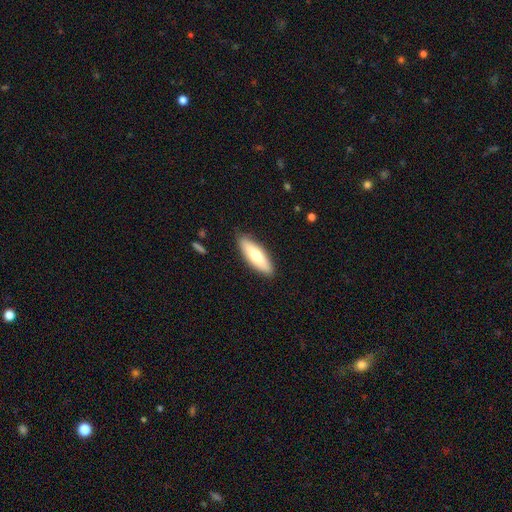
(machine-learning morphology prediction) The model was most divided on "how rounded": in between: 53%, cigar-shaped: 45%, round: 2%. More confident: merging — none (87%); smooth or featured — smooth (69%).